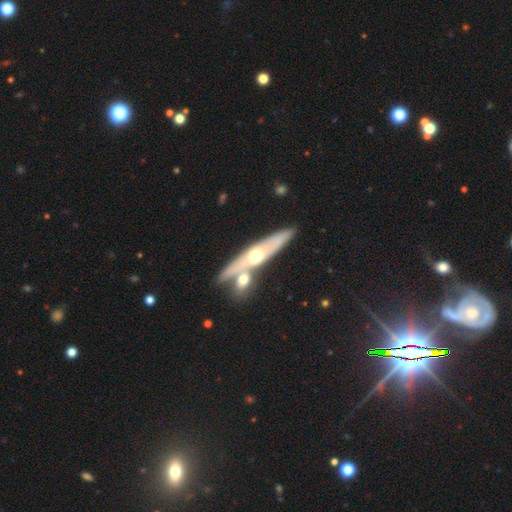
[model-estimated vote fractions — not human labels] This is likely a featured or disk galaxy (67%). It is likely viewed edge-on (79%). Edge-on bulge: clearly rounded (90%). Merging: likely none (64%).